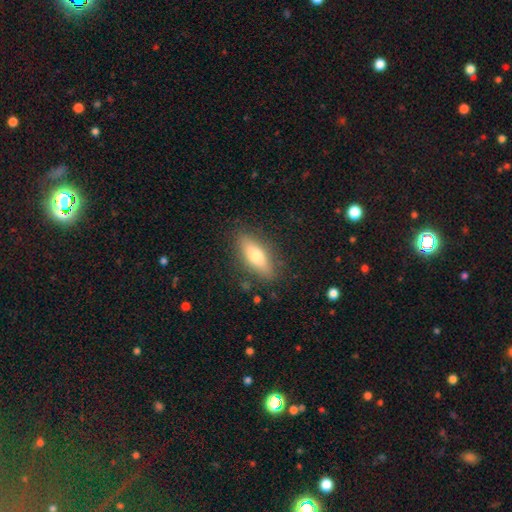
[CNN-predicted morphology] Smooth or featured?
  - smooth: 67% *
  - featured or disk: 27%
  - star or artifact: 7%
How rounded?
  - in between: 62% *
  - cigar-shaped: 35%
  - round: 3%
Merging?
  - none: 85% *
  - minor disturbance: 11%
  - major disturbance: 3%
  - merger: 1%